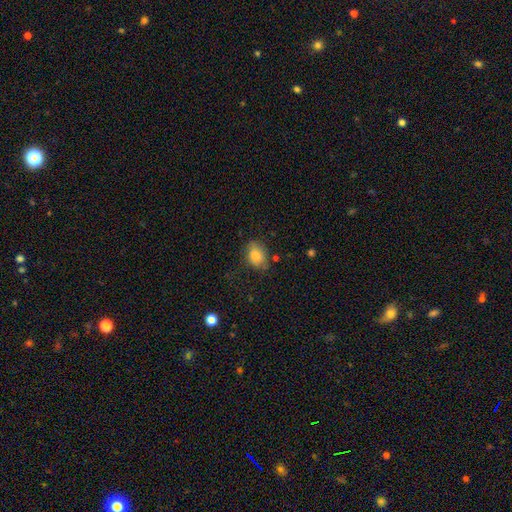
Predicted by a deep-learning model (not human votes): Overall: smooth (80%). How rounded: in between (64%; round 35%). Merging: none (71%).